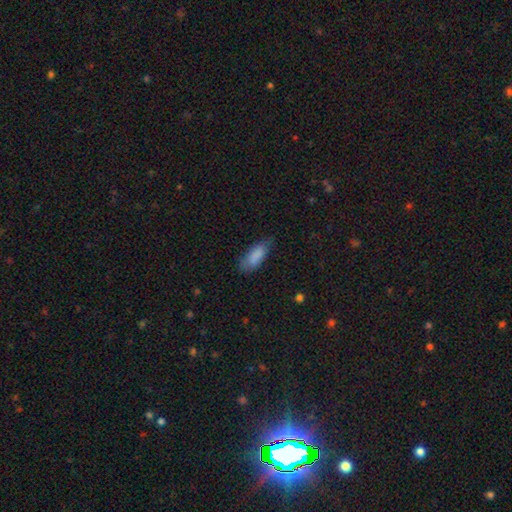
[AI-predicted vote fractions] smooth-or-featured: smooth: 85% | featured or disk: 8% | star or artifact: 7%
  how-rounded: in between: 75% | cigar-shaped: 23% | round: 2%
  merging: none: 65% | minor disturbance: 27% | major disturbance: 6% | merger: 2%